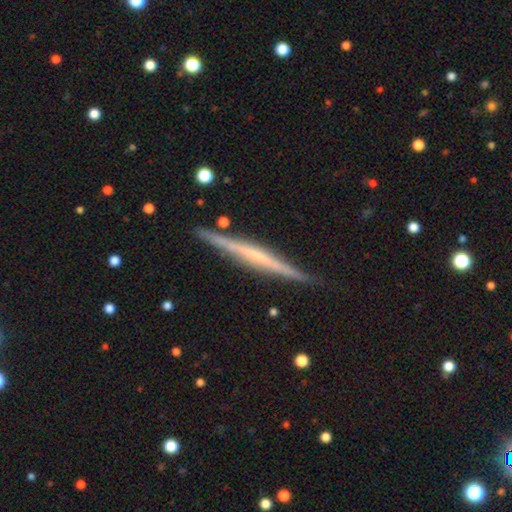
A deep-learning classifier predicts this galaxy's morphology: smooth-or-featured: featured or disk: 70% | smooth: 25% | star or artifact: 6%
  disk-edge-on: yes: 98% | no: 2%
    edge-on-bulge: none: 67% | rounded: 21% | boxy: 12%
  merging: none: 88% | minor disturbance: 9% | merger: 2% | major disturbance: 2%